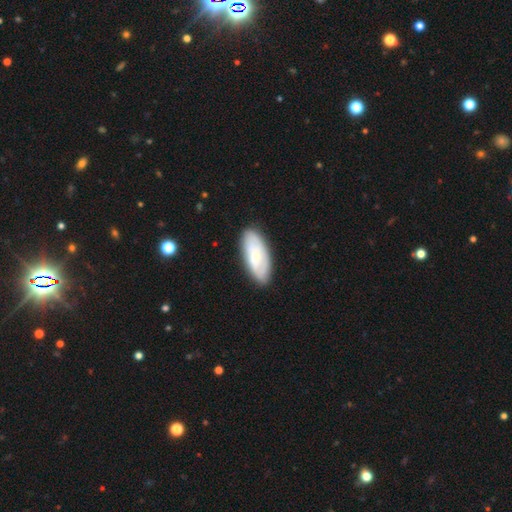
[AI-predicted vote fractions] Overall: smooth (55%; featured or disk 39%). How rounded: in between (84%). Merging: none (83%).